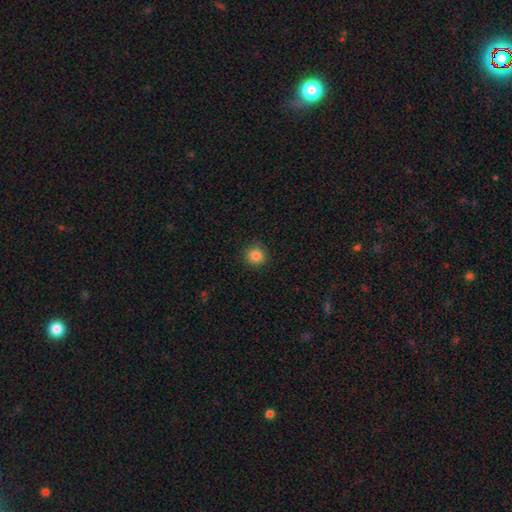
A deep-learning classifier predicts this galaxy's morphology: smooth 85%, star or artifact 11%, featured or disk 4%. Down the decision tree: how rounded — round (92%); merging — none (88%).